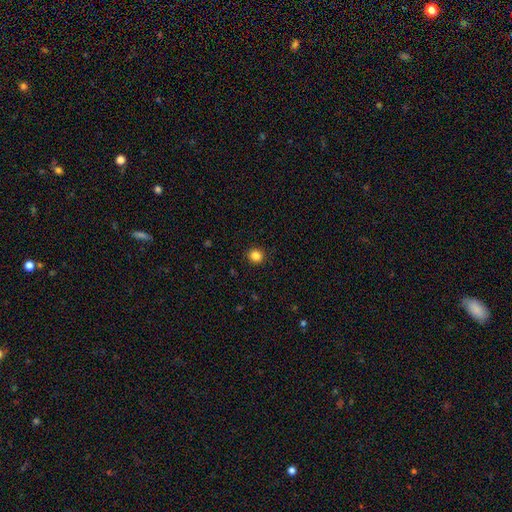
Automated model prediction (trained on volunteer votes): smooth_or_featured: smooth (p=0.84) [alt: star or artifact p=0.12]
how_rounded: round (p=0.91) [alt: in between p=0.08]
merging: none (p=0.92) [alt: minor disturbance p=0.05]